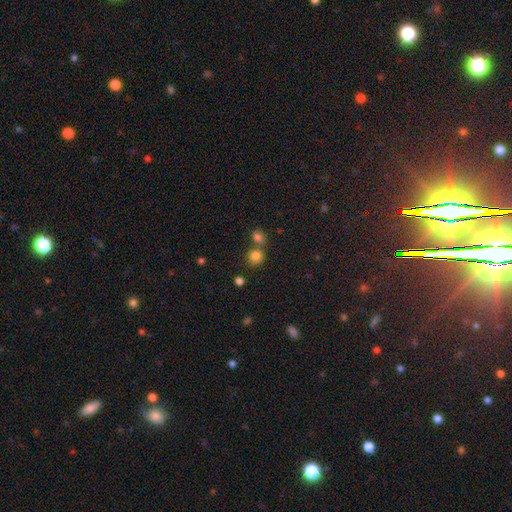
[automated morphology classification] A smooth galaxy with no disk features (81%) that is round (86%). Merging: none (60%).